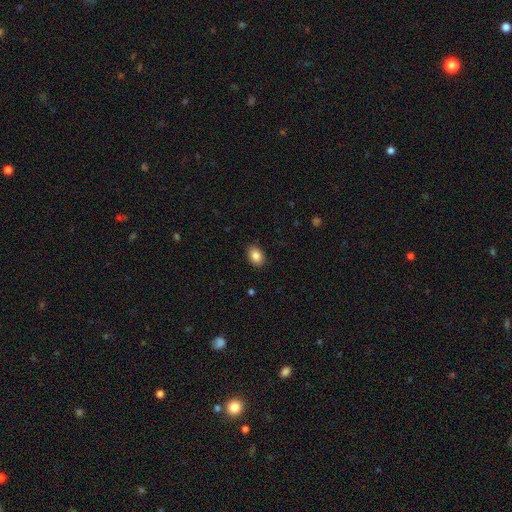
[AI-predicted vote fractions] A smooth galaxy with no disk features (86%) that is in between round and cigar-shaped (75%).

Vote fractions:
- Smooth or featured? smooth: 86% / star or artifact: 8% / featured or disk: 6%
- How rounded? in between: 75% / round: 24% / cigar-shaped: 1%
- Merging? none: 89% / minor disturbance: 8% / major disturbance: 2% / merger: 1%